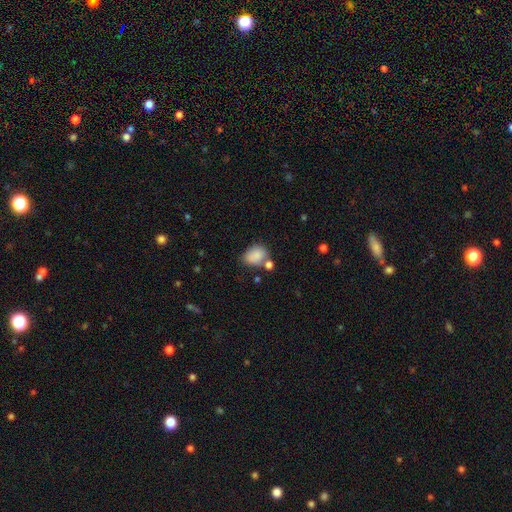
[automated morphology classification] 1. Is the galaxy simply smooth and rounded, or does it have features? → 85% smooth, 9% star or artifact, 6% featured or disk.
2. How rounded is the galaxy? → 67% in between, 32% round, 1% cigar-shaped.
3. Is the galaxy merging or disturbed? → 57% none, 19% minor disturbance, 18% merger, 6% major disturbance.